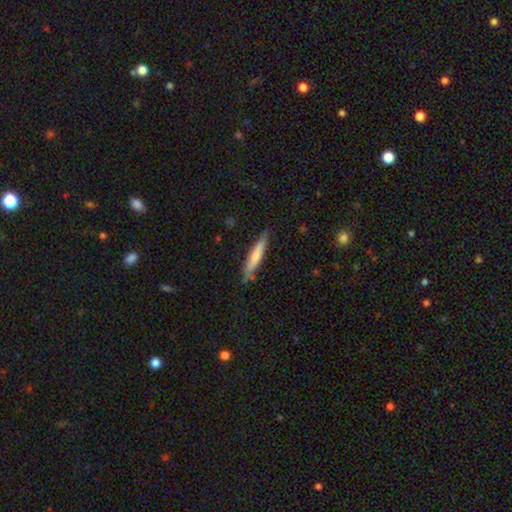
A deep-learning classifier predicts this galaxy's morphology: smooth-or-featured: smooth: 68% | featured or disk: 26% | star or artifact: 6%
  how-rounded: cigar-shaped: 89% | in between: 10% | round: 1%
  merging: none: 74% | minor disturbance: 21% | major disturbance: 4% | merger: 2%